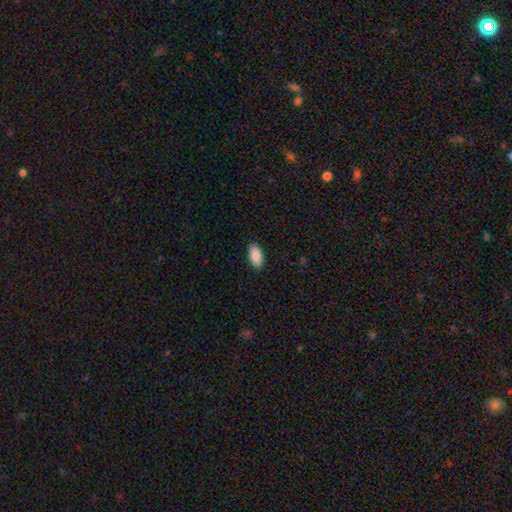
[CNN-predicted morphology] Smooth or featured?
  - smooth: 89% *
  - star or artifact: 6%
  - featured or disk: 5%
How rounded?
  - in between: 93% *
  - cigar-shaped: 5%
  - round: 2%
Merging?
  - none: 89% *
  - minor disturbance: 8%
  - major disturbance: 2%
  - merger: 1%